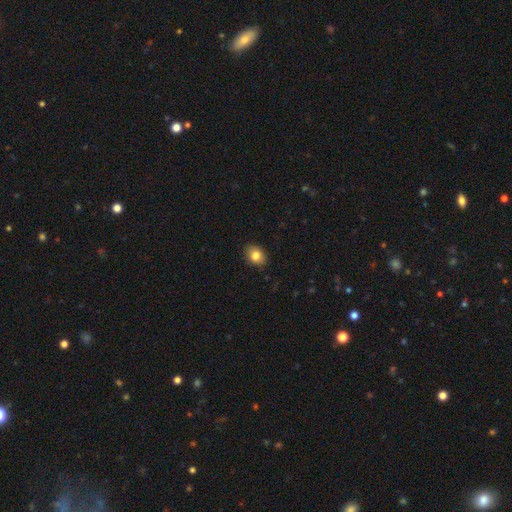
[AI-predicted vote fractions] This appears to be a smooth galaxy with no disk features (83%) that is in between round and cigar-shaped (55%). Merging: none (88%).